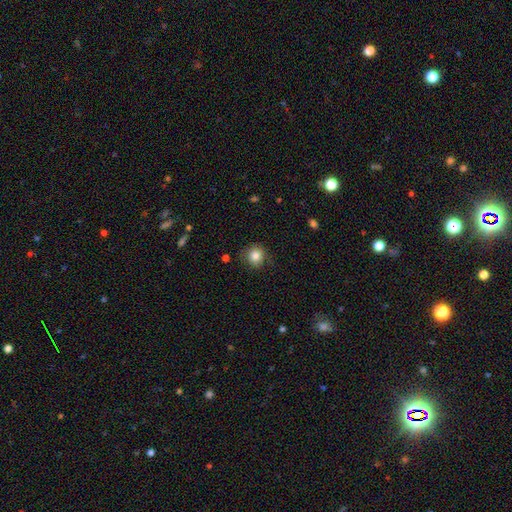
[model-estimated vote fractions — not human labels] Smooth or featured: smooth — 84% (star or artifact — 10%)
How rounded: round — 88% (in between — 11%)
Merging: none — 79% (minor disturbance — 15%)